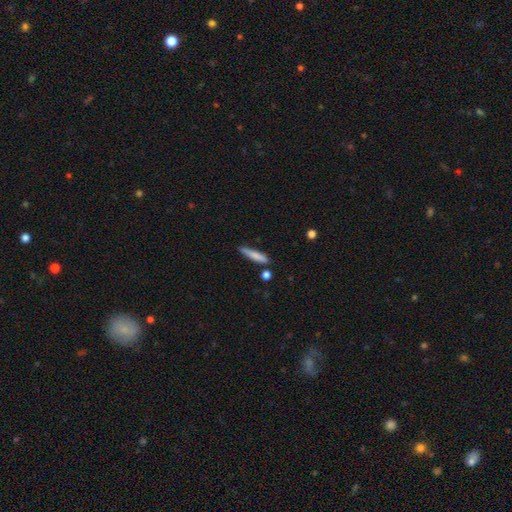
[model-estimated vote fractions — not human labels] Q: Smooth or featured?
A: smooth (77%); runner-up: featured or disk (17%)
Q: How rounded?
A: cigar-shaped (89%); runner-up: in between (9%)
Q: Merging?
A: none (75%); runner-up: minor disturbance (16%)